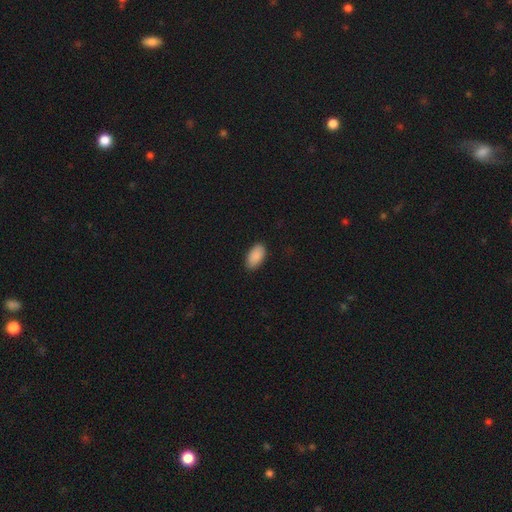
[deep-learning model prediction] Smooth or featured? smooth (90%)
How rounded? in between (95%)
Merging? none (88%)